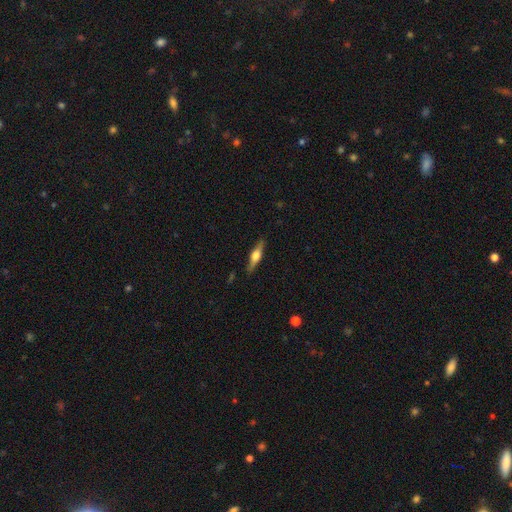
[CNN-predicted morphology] The model was most divided on "smooth or featured": featured or disk: 61%, smooth: 33%, star or artifact: 6%. More confident: edge-on disk — yes (96%); edge-on bulge — rounded (91%); merging — none (87%).